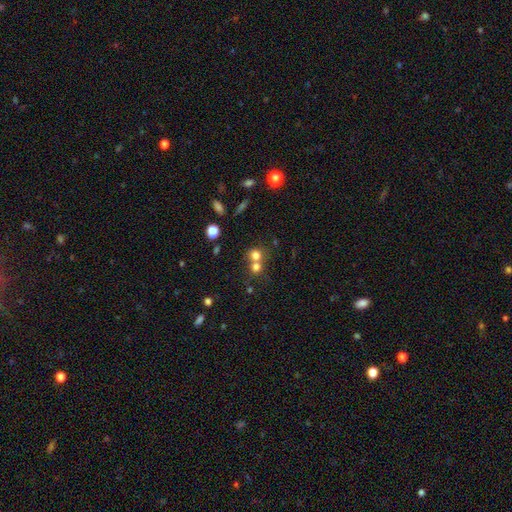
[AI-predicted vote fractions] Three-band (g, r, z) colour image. It shows a smooth galaxy with no disk features (74%) that is round (81%). Merging: merger (51%).